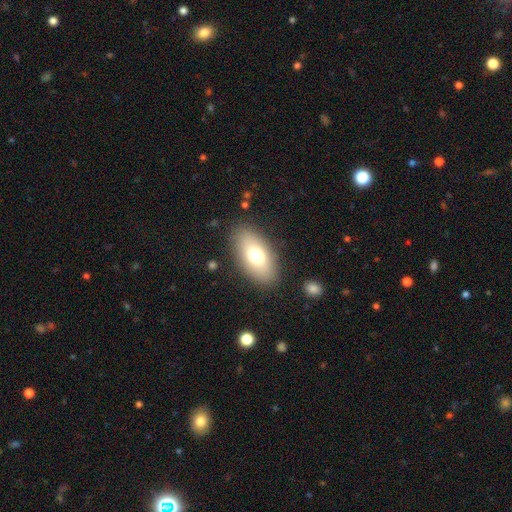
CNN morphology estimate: The model was most divided on "smooth or featured": smooth: 71%, featured or disk: 20%, star or artifact: 9%. More confident: how rounded — in between (91%); merging — none (85%).